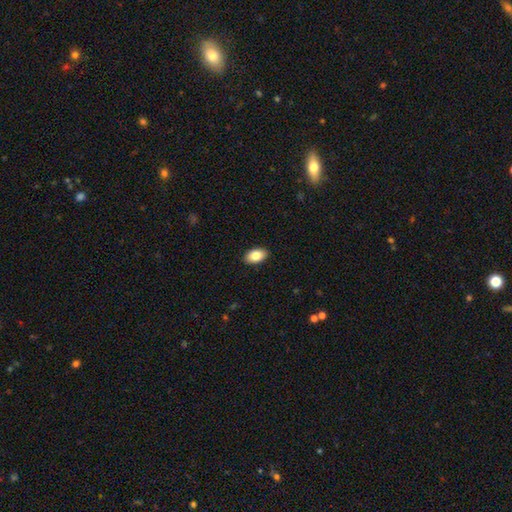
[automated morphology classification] type=smooth (84%); roundness=in between (92%); merging=none (90%).